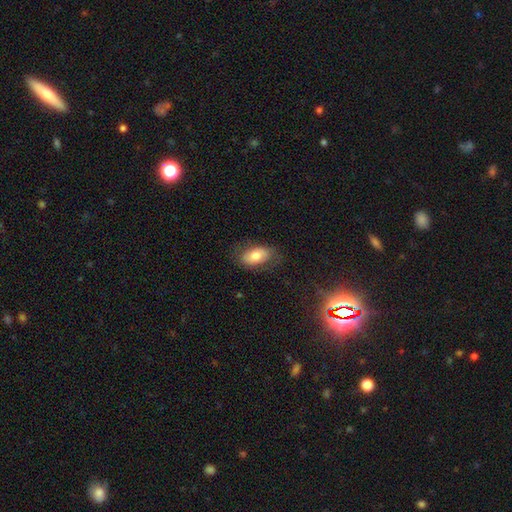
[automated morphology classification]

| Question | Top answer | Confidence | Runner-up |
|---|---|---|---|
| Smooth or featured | smooth | 72% | featured or disk (21%) |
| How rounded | in between | 92% | round (6%) |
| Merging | none | 75% | minor disturbance (17%) |